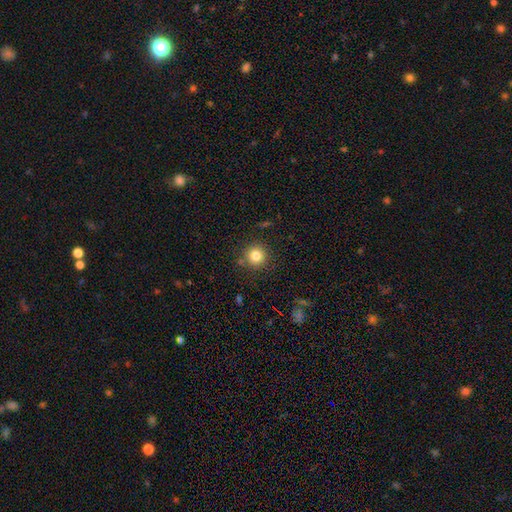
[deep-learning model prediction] Smooth or featured?
  - smooth: 81% *
  - star or artifact: 12%
  - featured or disk: 7%
How rounded?
  - round: 94% *
  - in between: 5%
  - cigar-shaped: 1%
Merging?
  - none: 86% *
  - minor disturbance: 8%
  - merger: 3%
  - major disturbance: 3%